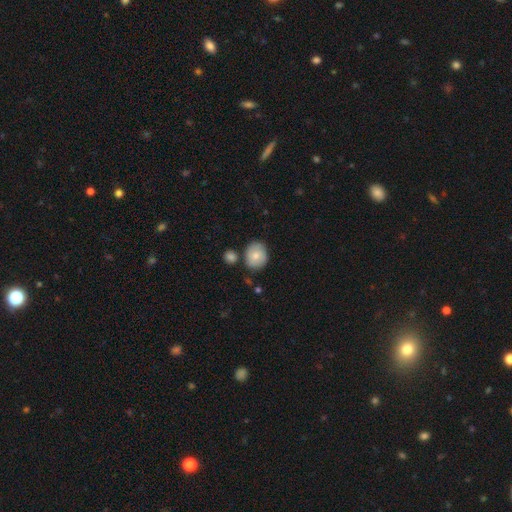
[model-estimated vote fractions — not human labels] Smooth or featured? Predicted: smooth (p=0.73). How rounded? Predicted: round (p=0.58). Merging? Predicted: none (p=0.74).